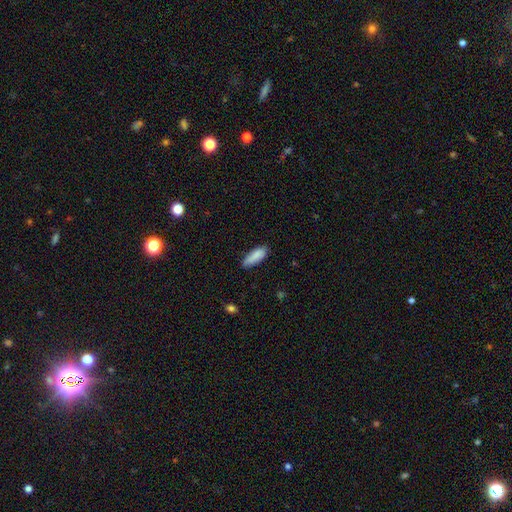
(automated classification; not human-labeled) Morphology: type=smooth (87%); roundness=in between (60%); merging=none (77%).